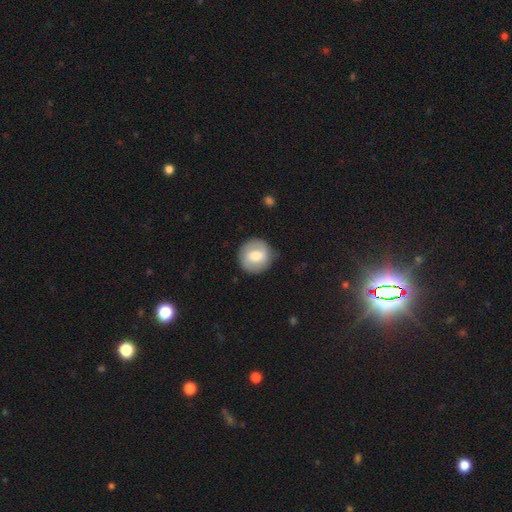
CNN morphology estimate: smooth_or_featured: smooth (p=0.56) [alt: featured or disk p=0.38]
how_rounded: round (p=0.90) [alt: in between p=0.09]
merging: none (p=0.83) [alt: minor disturbance p=0.12]